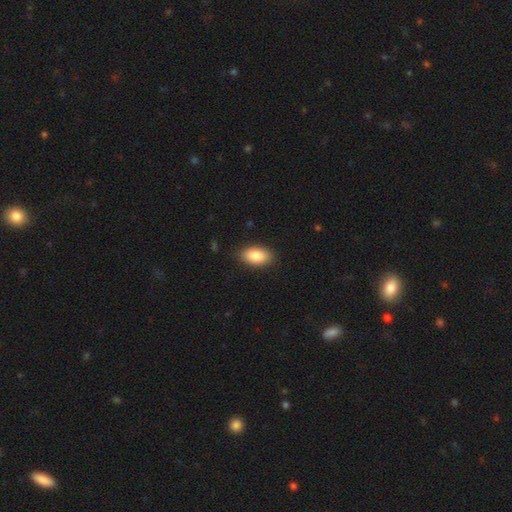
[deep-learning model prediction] Smooth or featured? Predicted: smooth (p=0.86). How rounded? Predicted: in between (p=0.93). Merging? Predicted: none (p=0.87).